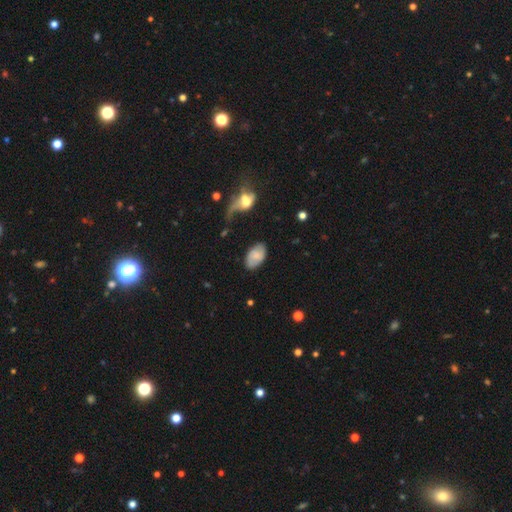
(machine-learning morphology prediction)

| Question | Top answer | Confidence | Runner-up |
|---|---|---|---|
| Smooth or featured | smooth | 66% | featured or disk (26%) |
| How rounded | in between | 92% | round (7%) |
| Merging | none | 74% | minor disturbance (18%) |